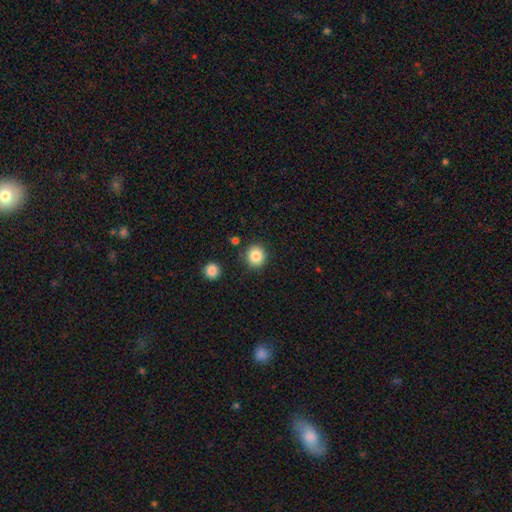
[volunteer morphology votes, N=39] Q: Smooth or featured?
A: smooth (87%); runner-up: star or artifact (8%)
Q: How rounded?
A: round (94%); runner-up: in between (6%)
Q: Merging?
A: none (97%); runner-up: major disturbance (3%)